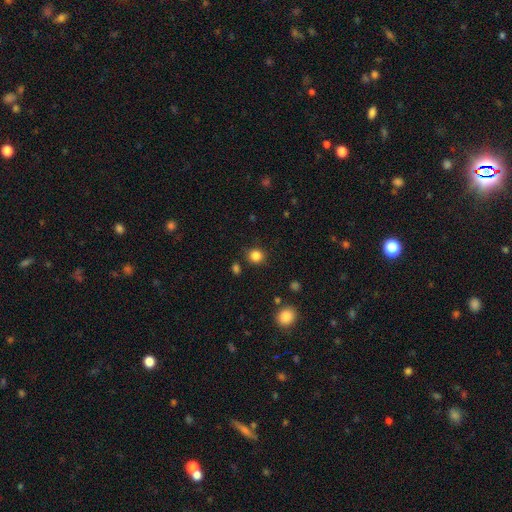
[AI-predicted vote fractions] Smooth or featured: smooth — 84% (star or artifact — 12%)
How rounded: round — 86% (in between — 13%)
Merging: none — 85% (minor disturbance — 10%)